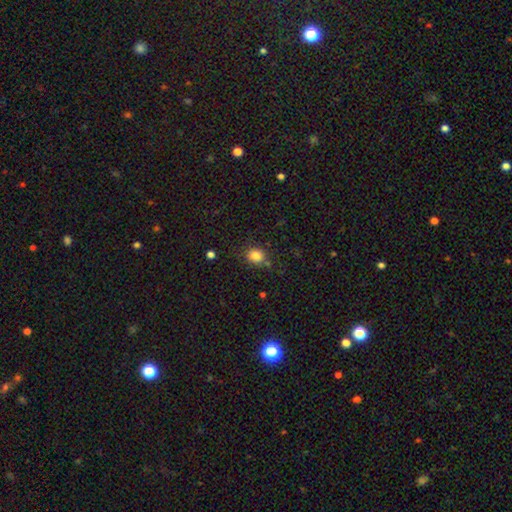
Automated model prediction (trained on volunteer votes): This appears to be a smooth galaxy with no disk features (83%) that is round (68%). Merging: none (76%).